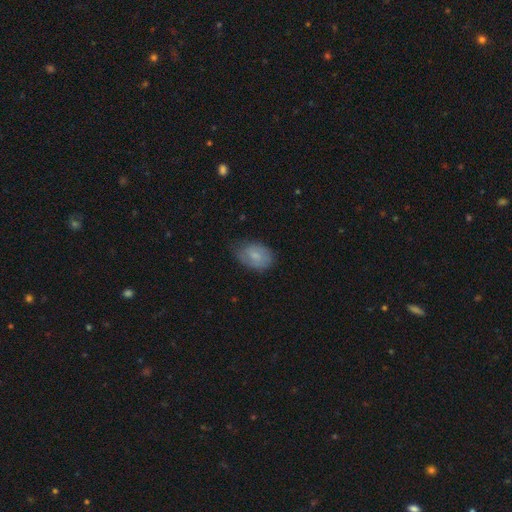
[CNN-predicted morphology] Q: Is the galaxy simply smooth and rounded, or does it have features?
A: smooth — 70%.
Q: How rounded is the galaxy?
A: in between — 83%.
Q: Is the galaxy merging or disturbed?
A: none — 61%.